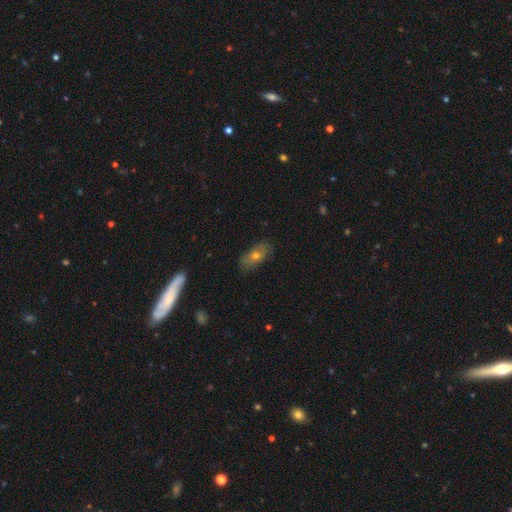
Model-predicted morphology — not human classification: Smooth or featured? Predicted: smooth (p=0.53). How rounded? Predicted: in between (p=0.79). Merging? Predicted: none (p=0.81).